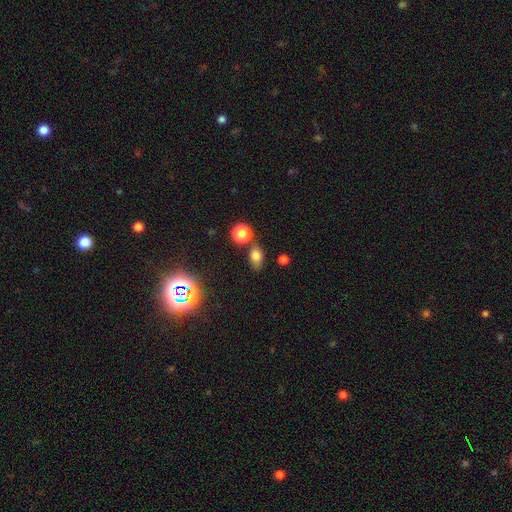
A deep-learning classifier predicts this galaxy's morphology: Smooth or featured?
  - smooth: 74% *
  - star or artifact: 17%
  - featured or disk: 9%
How rounded?
  - in between: 76% *
  - round: 21%
  - cigar-shaped: 3%
Merging?
  - none: 70% *
  - minor disturbance: 14%
  - merger: 12%
  - major disturbance: 4%